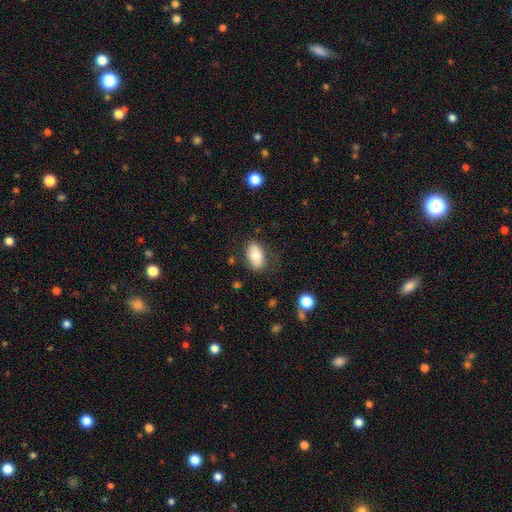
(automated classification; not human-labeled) Smooth or featured?
  - smooth: 77% *
  - featured or disk: 16%
  - star or artifact: 7%
How rounded?
  - in between: 92% *
  - round: 7%
  - cigar-shaped: 2%
Merging?
  - none: 74% *
  - minor disturbance: 18%
  - major disturbance: 6%
  - merger: 2%